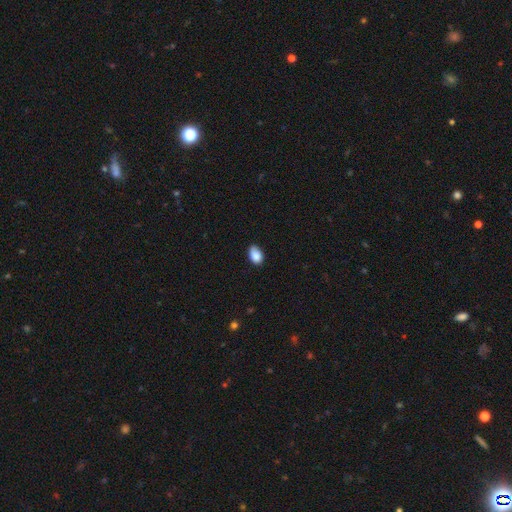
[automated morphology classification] Smooth or featured? smooth (87%)
How rounded? in between (88%)
Merging? none (66%)